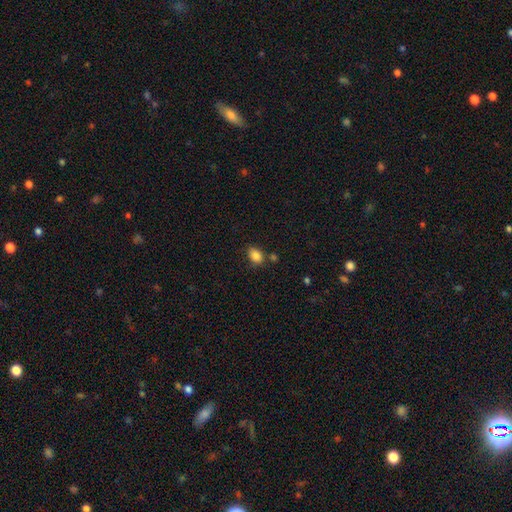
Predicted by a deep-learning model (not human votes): This is clearly a smooth galaxy (85%). How rounded: likely in between (77%). Merging: likely none (70%).